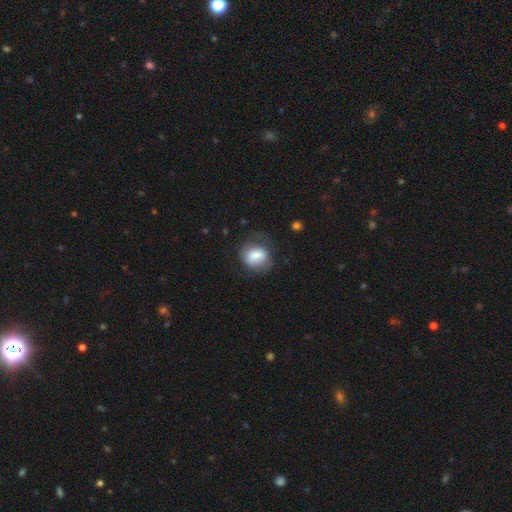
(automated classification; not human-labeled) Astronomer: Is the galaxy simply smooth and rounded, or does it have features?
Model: smooth — 77%.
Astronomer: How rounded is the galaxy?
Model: round — 55% (runner-up: in between, 44%).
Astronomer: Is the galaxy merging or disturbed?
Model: none — 56%.